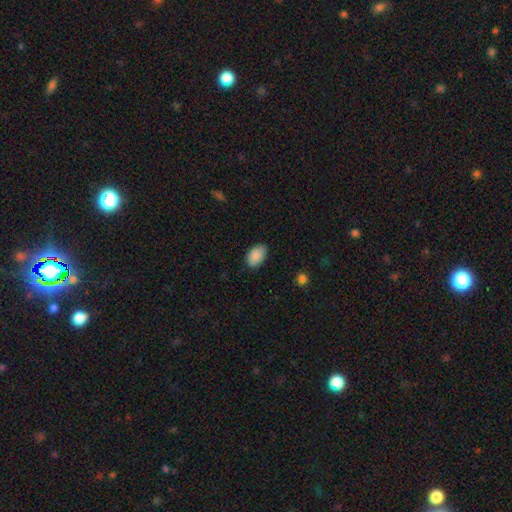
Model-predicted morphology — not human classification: The model was most divided on "merging": none: 84%, minor disturbance: 13%, major disturbance: 2%, merger: 1%. More confident: how rounded — in between (92%); smooth or featured — smooth (90%).